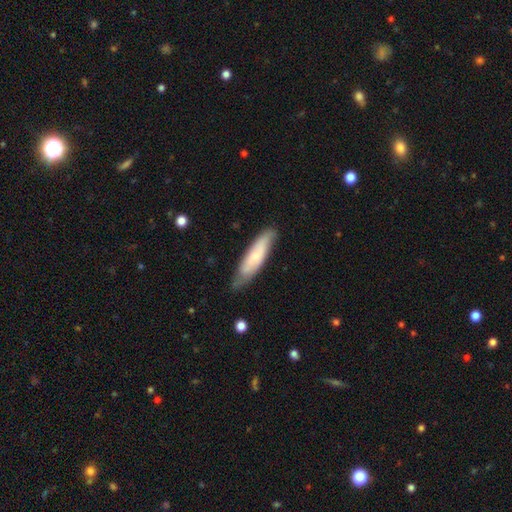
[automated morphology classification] type=smooth (54%); roundness=cigar-shaped (67%); merging=none (72%).